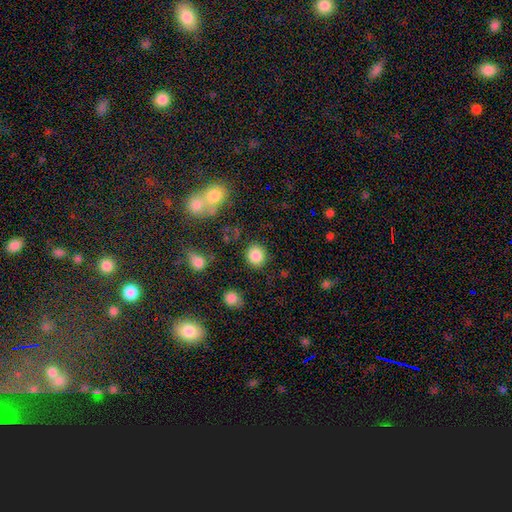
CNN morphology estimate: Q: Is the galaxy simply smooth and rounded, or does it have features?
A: smooth — 85%.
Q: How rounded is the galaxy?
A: round — 84%.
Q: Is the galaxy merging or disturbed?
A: none — 86%.